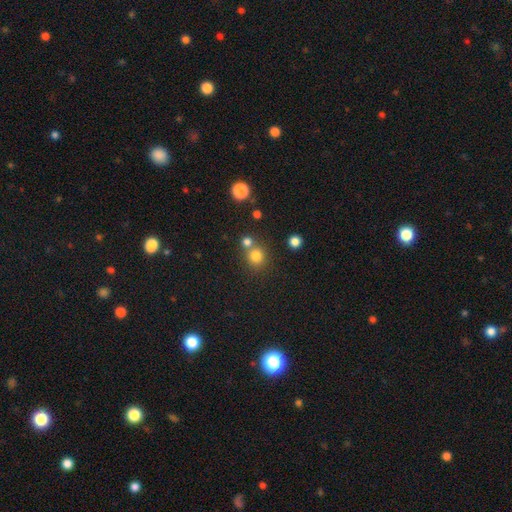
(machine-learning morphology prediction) smooth_or_featured: smooth (p=0.79) [alt: star or artifact p=0.15]
how_rounded: round (p=0.89) [alt: in between p=0.10]
merging: none (p=0.64) [alt: merger p=0.26]